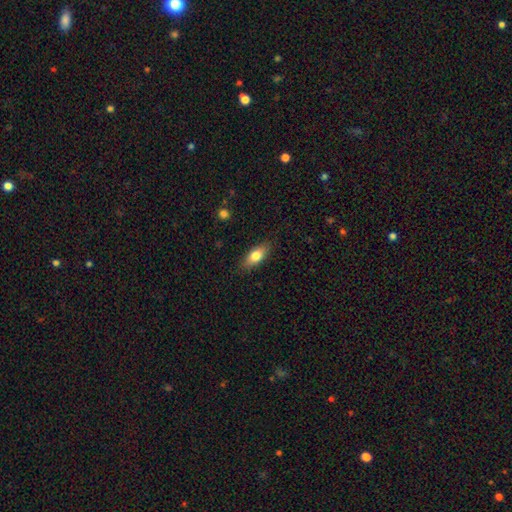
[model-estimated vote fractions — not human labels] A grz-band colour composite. It shows a smooth galaxy with no disk features (77%) that is in between round and cigar-shaped (78%). Merging: none (85%).